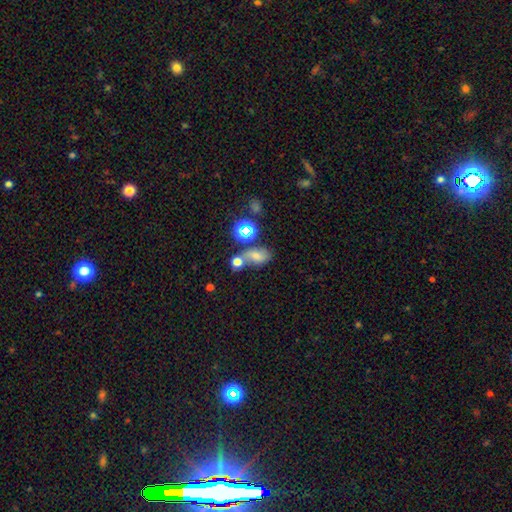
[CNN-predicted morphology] smooth_or_featured: smooth (p=0.59) [alt: star or artifact p=0.23]
how_rounded: in between (p=0.73) [alt: round p=0.24]
merging: none (p=0.40) [alt: merger p=0.35]